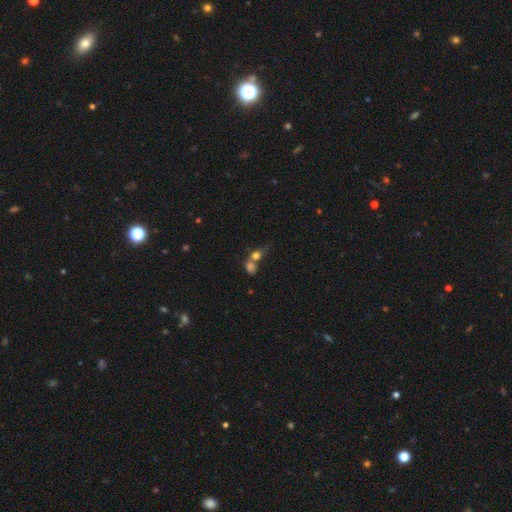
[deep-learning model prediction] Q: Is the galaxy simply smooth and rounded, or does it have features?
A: smooth — 71%.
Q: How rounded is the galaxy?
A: round — 53%.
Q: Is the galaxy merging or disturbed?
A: merger — 59%.